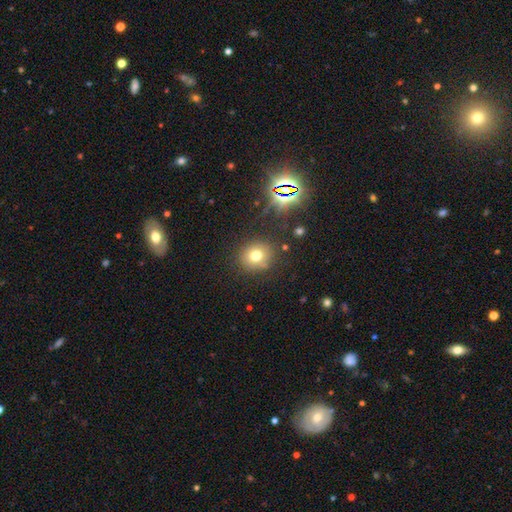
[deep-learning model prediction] Smooth or featured?
  - smooth: 70% *
  - star or artifact: 20%
  - featured or disk: 11%
How rounded?
  - round: 83% *
  - in between: 16%
  - cigar-shaped: 1%
Merging?
  - none: 81% *
  - minor disturbance: 11%
  - merger: 4%
  - major disturbance: 4%